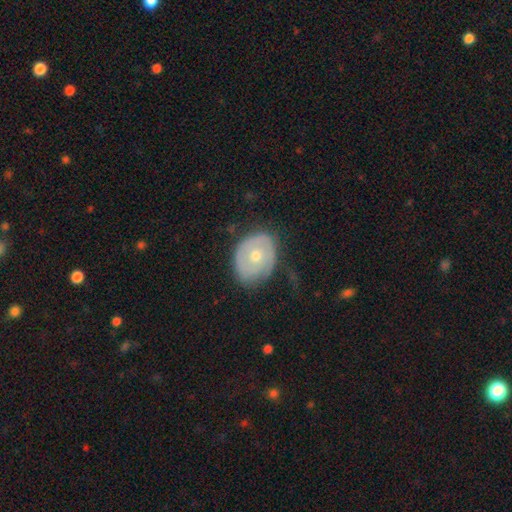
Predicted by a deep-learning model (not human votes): featured or disk 52%, smooth 41%, star or artifact 7%. Down the decision tree: edge-on disk — no (94%); merging — none (64%).